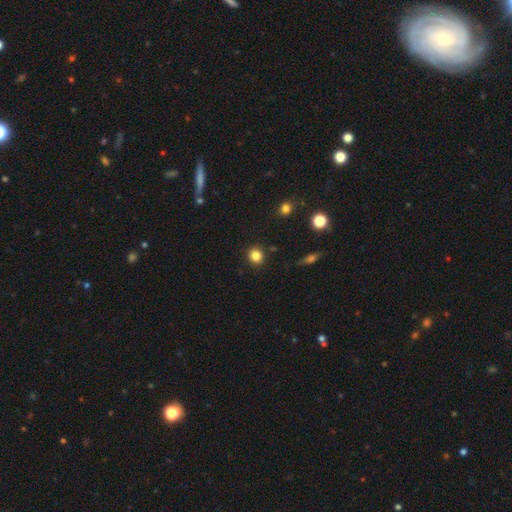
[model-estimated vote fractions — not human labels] Smooth or featured? Predicted: smooth (p=0.84). How rounded? Predicted: round (p=0.80). Merging? Predicted: none (p=0.90).